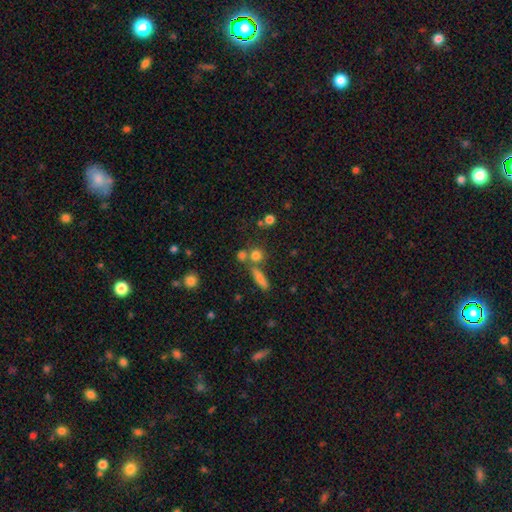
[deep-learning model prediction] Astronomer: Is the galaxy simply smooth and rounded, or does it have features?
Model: smooth — 75%.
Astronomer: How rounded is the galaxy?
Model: round — 77%.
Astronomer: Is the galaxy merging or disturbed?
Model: none — 64%.